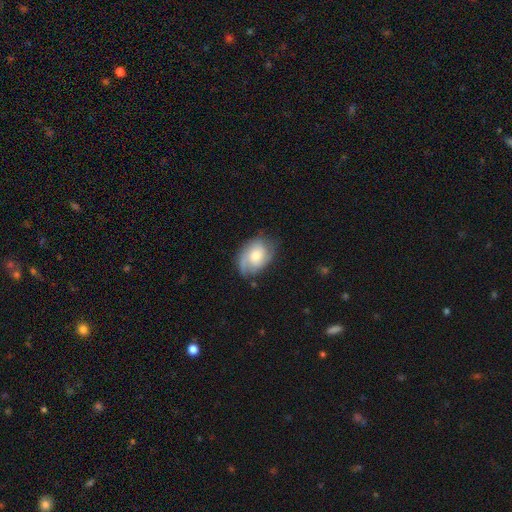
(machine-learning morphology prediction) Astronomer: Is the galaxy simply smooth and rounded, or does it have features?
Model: featured or disk — 59%.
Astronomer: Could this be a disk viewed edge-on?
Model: no — 96%.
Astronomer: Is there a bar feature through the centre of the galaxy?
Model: no — 72%.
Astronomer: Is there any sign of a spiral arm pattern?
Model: yes — 89%.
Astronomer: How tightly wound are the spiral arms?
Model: tight — 40%, tied with medium at 40%.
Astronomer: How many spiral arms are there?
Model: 2 — 40% (runner-up: can't tell, 23%).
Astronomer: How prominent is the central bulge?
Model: moderate — 51% (runner-up: small, 34%).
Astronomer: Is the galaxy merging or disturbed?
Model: none — 63%.